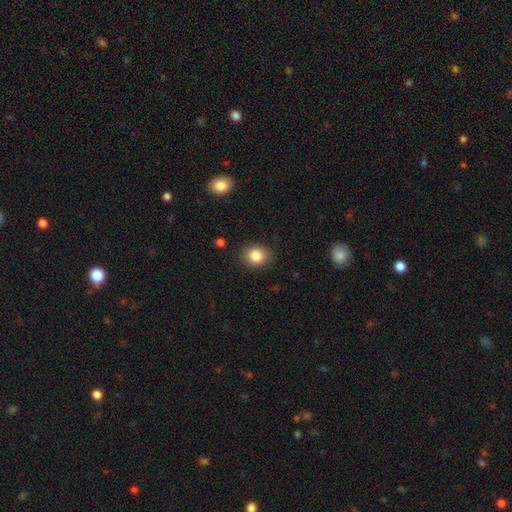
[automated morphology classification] smooth 85%, star or artifact 9%, featured or disk 6%. Down the decision tree: how rounded — round (64%); merging — none (86%).